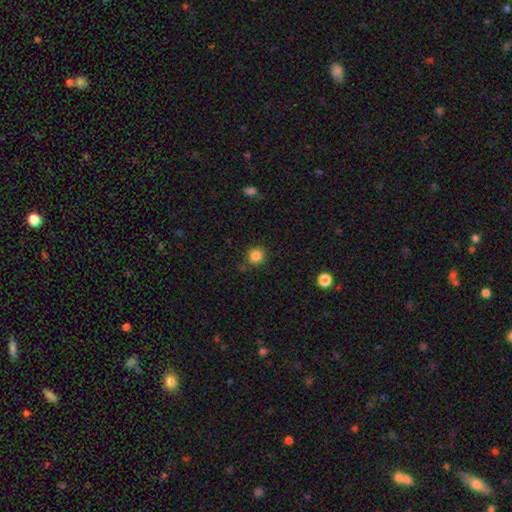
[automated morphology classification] smooth_or_featured: smooth (p=0.84) [alt: star or artifact p=0.11]
how_rounded: round (p=0.89) [alt: in between p=0.10]
merging: none (p=0.85) [alt: minor disturbance p=0.09]